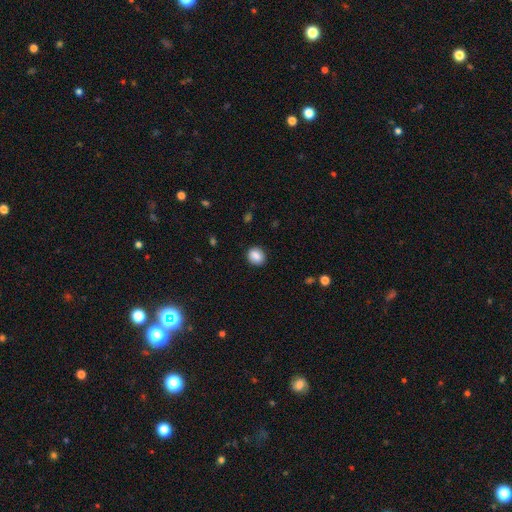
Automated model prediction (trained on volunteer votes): Smooth or featured? Predicted: smooth (p=0.87). How rounded? Predicted: round (p=0.68). Merging? Predicted: none (p=0.88).